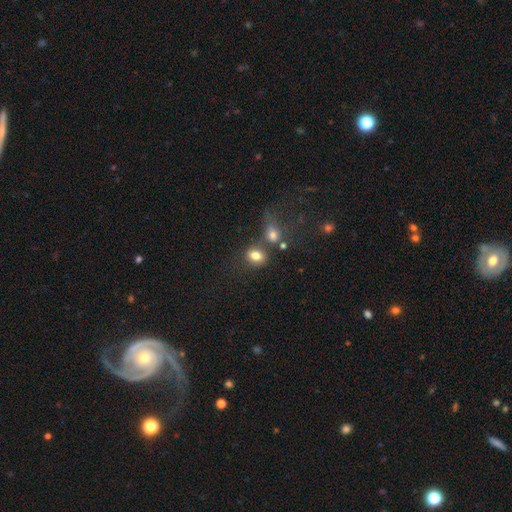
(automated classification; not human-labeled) smooth_or_featured: smooth (p=0.79) [alt: star or artifact p=0.12]
how_rounded: in between (p=0.55) [alt: round p=0.44]
merging: none (p=0.55) [alt: merger p=0.26]